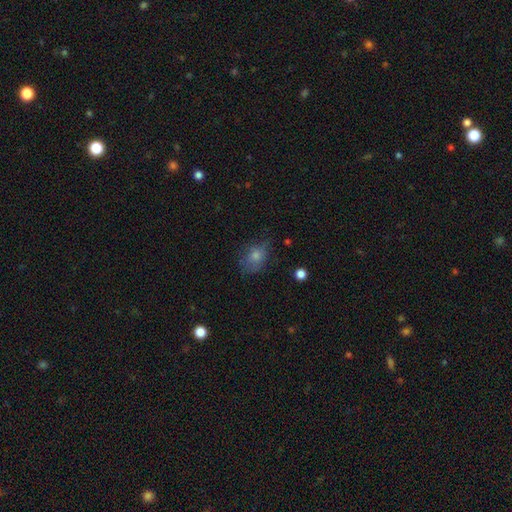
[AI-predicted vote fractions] Smooth or featured? smooth (67%)
How rounded? in between (61%)
Merging? none (61%)